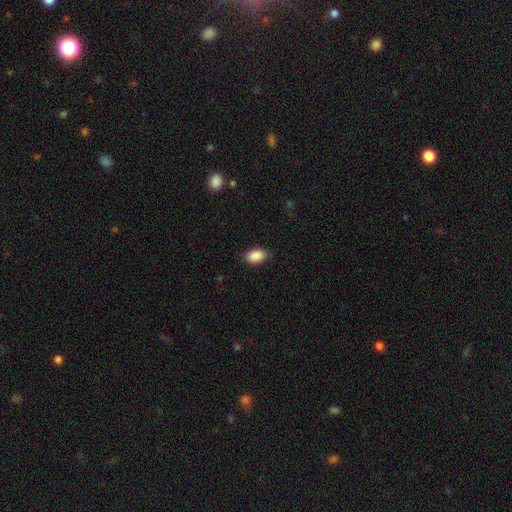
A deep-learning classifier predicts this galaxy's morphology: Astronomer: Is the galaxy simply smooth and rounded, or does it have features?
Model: smooth — 90%.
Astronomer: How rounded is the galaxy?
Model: in between — 92%.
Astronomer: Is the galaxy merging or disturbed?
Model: none — 86%.